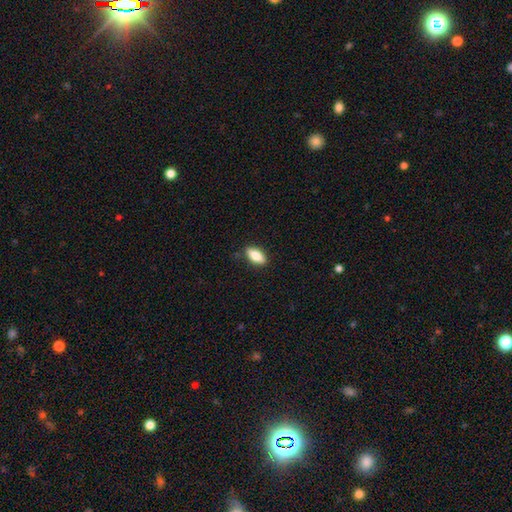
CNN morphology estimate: Smooth or featured?
  - smooth: 73% *
  - featured or disk: 20%
  - star or artifact: 7%
How rounded?
  - in between: 81% *
  - cigar-shaped: 16%
  - round: 3%
Merging?
  - none: 86% *
  - minor disturbance: 11%
  - major disturbance: 2%
  - merger: 1%